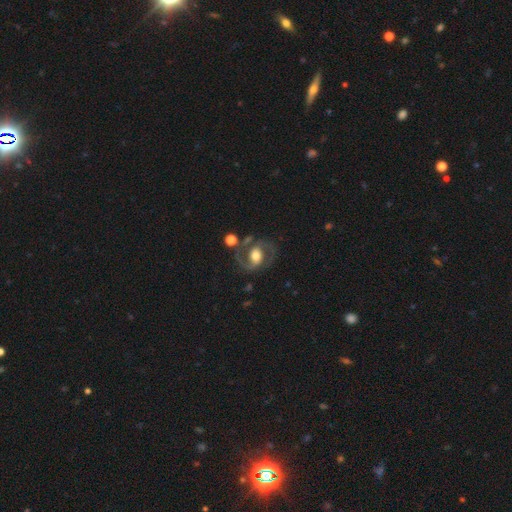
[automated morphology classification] Smooth or featured: featured or disk — 83% (smooth — 11%)
Edge-on disk: no — 97% (yes — 3%)
Bar: no — 40% (weak — 38%)
Spiral arms: yes — 93% (no — 7%)
Spiral winding: medium — 60% (loose — 21%)
Spiral arm count: 2 — 91% (can't tell — 3%)
Bulge size: moderate — 57% (large — 29%)
Merging: none — 69% (minor disturbance — 15%)